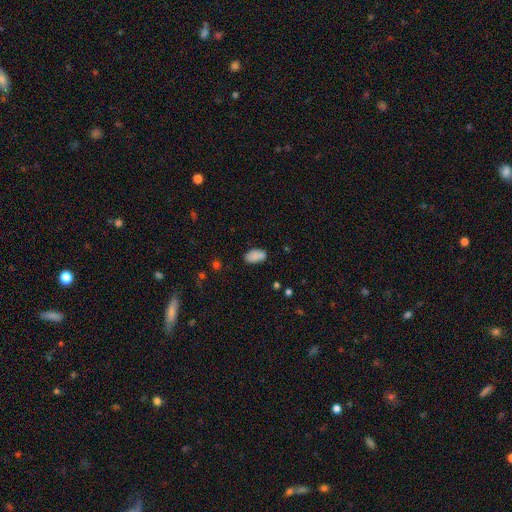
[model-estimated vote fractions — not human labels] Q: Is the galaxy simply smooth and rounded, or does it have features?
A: smooth — 85%.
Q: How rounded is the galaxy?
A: in between — 93%.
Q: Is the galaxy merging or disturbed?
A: none — 71%.